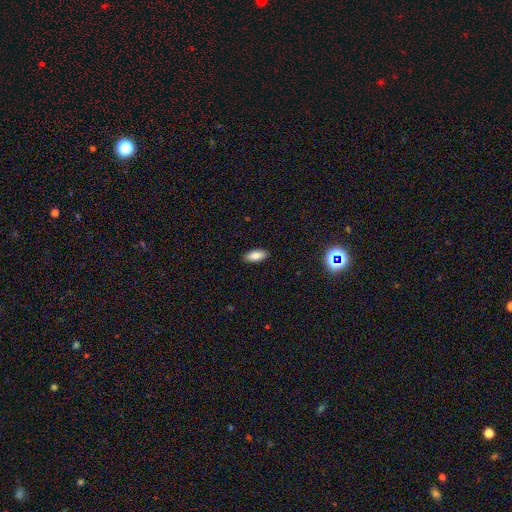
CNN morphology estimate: smooth 86%, star or artifact 7%, featured or disk 7%. Down the decision tree: how rounded — in between (85%); merging — none (89%).